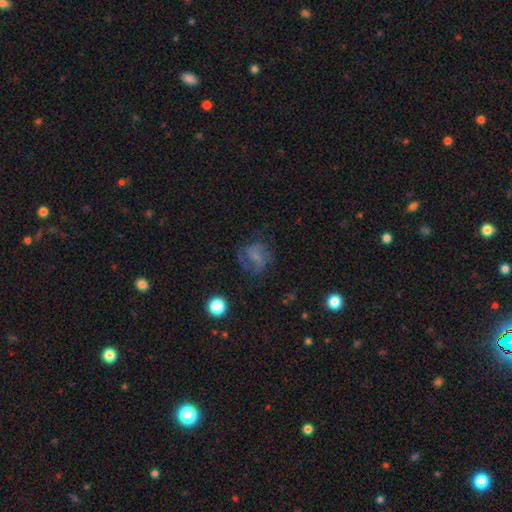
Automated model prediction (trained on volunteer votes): Morphology: type=featured or disk (55%); edge-on=no (98%); bar=no (58%); spiral arms=yes (80%); bulge=none (58%); merging=none (54%).